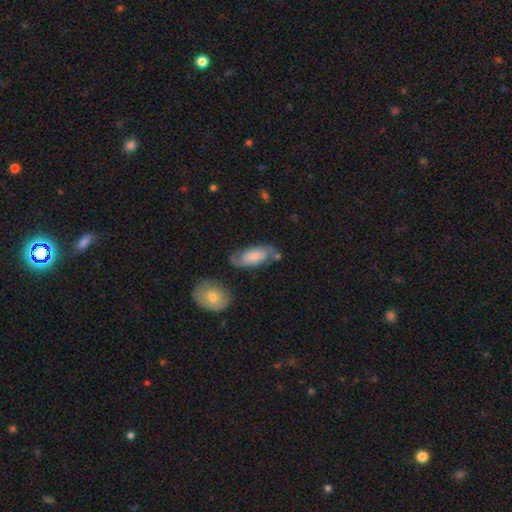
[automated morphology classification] type=featured or disk (59%); edge-on=no (93%); bar=no (59%); spiral arms=yes (91%); bulge=none (26%); merging=none (65%).